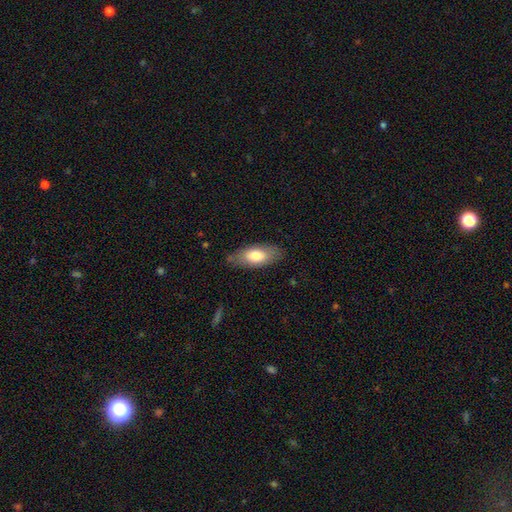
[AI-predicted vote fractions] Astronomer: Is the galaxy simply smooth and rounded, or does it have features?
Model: smooth — 73%.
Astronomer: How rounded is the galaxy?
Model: in between — 86%.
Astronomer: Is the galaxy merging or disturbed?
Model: none — 77%.